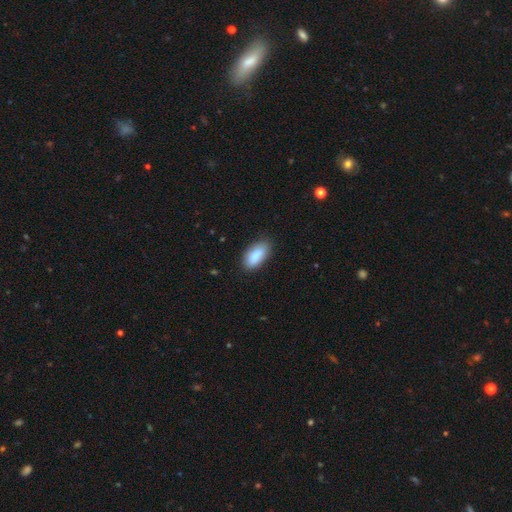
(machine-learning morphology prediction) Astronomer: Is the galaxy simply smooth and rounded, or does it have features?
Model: smooth — 88%.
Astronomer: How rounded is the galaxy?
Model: in between — 88%.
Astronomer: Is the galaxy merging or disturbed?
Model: none — 82%.